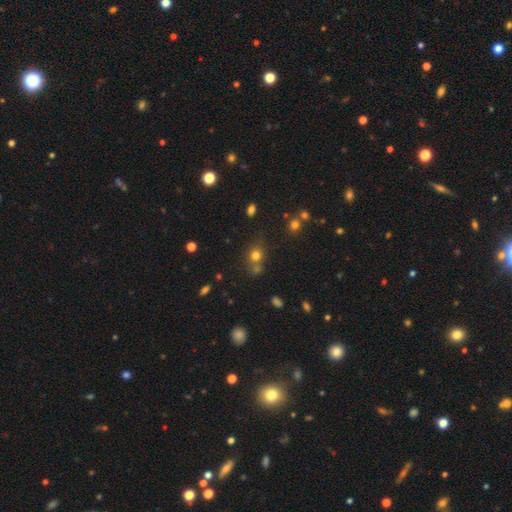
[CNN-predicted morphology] Smooth or featured?
  - smooth: 71% *
  - star or artifact: 20%
  - featured or disk: 9%
How rounded?
  - round: 79% *
  - in between: 20%
  - cigar-shaped: 1%
Merging?
  - none: 61% *
  - merger: 24%
  - minor disturbance: 11%
  - major disturbance: 4%